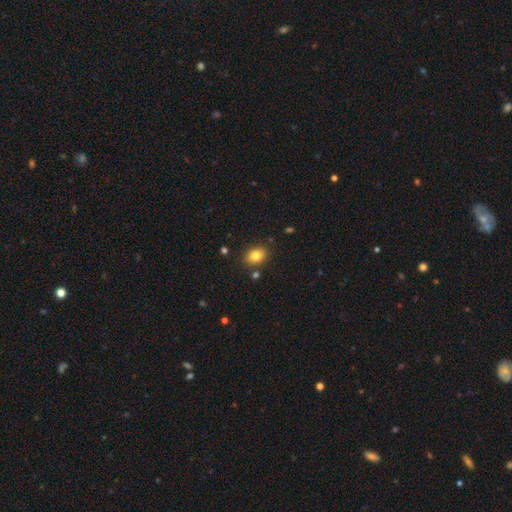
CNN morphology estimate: This appears to be a smooth galaxy with no disk features (83%) that is in between round and cigar-shaped (68%). Merging: none (84%).